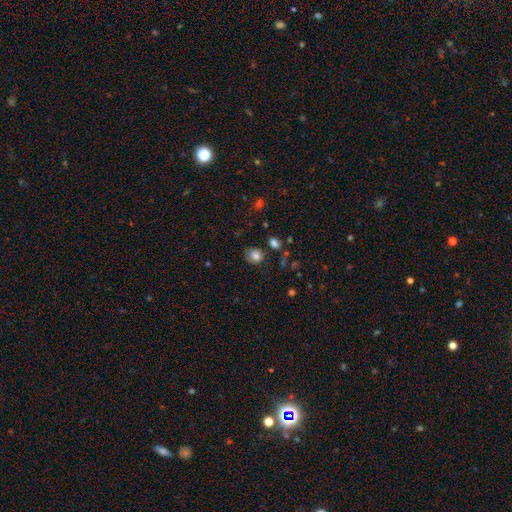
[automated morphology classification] This appears to be a smooth galaxy with no disk features (78%) that is round (69%). Merging: none (64%).